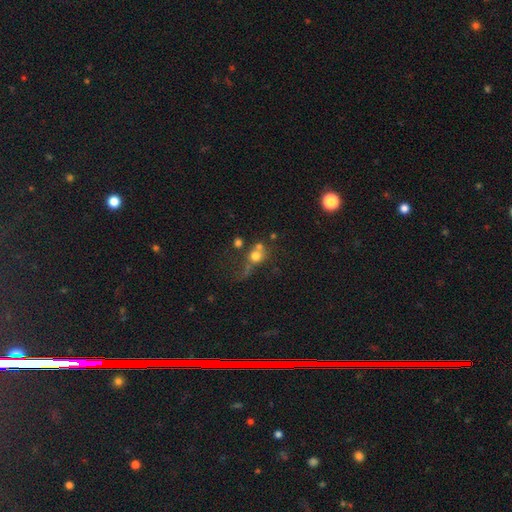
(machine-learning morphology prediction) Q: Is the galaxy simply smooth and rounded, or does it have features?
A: smooth — 65%.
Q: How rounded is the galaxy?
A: round — 80%.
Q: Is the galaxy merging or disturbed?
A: merger — 36%.